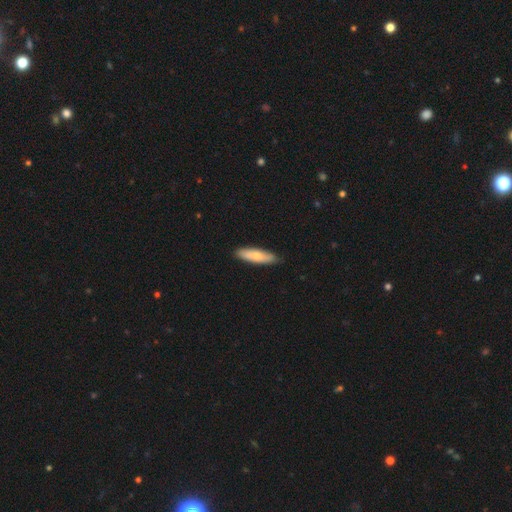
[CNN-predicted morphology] smooth 74%, featured or disk 21%, star or artifact 5%. Down the decision tree: how rounded — cigar-shaped (63%); merging — none (88%).